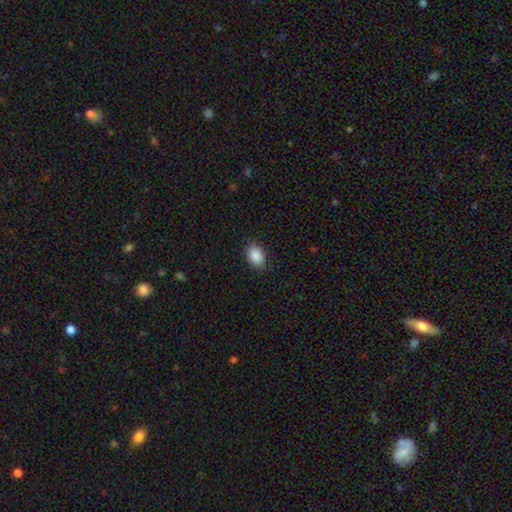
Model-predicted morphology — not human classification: Overall: smooth (89%). How rounded: in between (84%). Merging: none (87%).